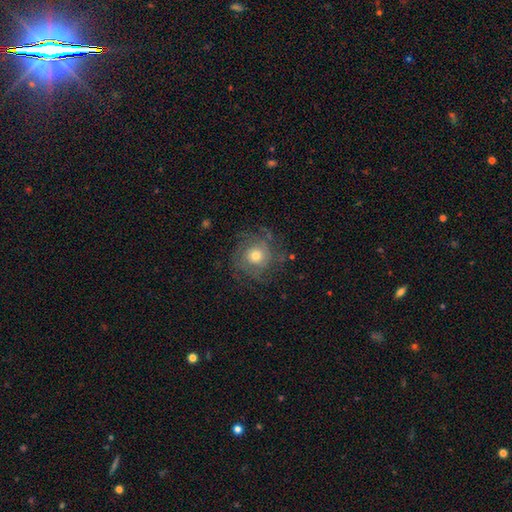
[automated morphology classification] type=featured or disk (58%); edge-on=no (97%); bar=no (86%); spiral arms=yes (79%); bulge=moderate (66%); merging=none (75%).